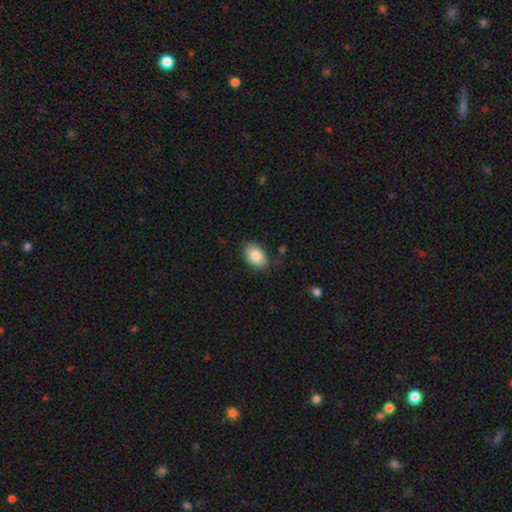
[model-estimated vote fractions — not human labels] This is clearly a smooth galaxy (87%). How rounded: clearly in between (88%). Merging: clearly none (84%).